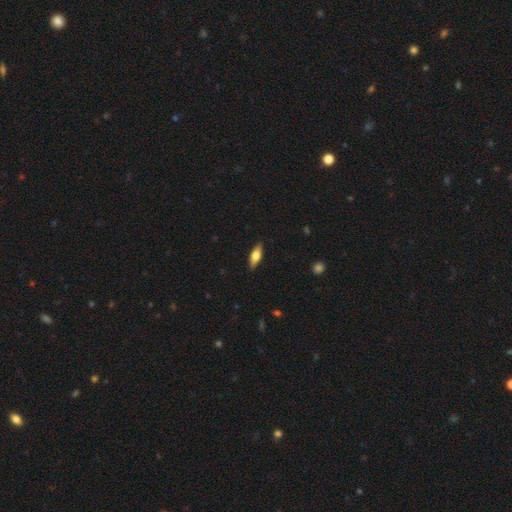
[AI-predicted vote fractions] smooth-or-featured: smooth: 61% | featured or disk: 32% | star or artifact: 6%
  how-rounded: in between: 64% | cigar-shaped: 33% | round: 3%
  merging: none: 88% | minor disturbance: 9% | major disturbance: 2% | merger: 1%